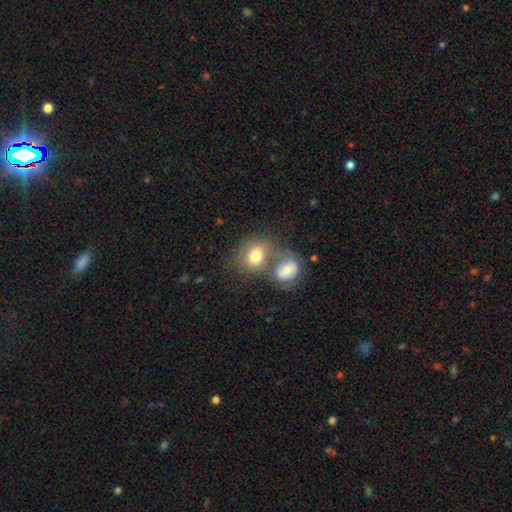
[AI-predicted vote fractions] This appears to be a smooth galaxy with no disk features (76%) that is round (52%). Merging: merger (51%).